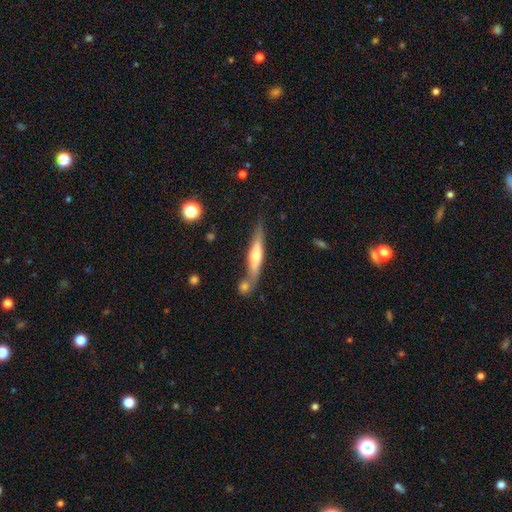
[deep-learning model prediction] A featured or disk galaxy (56%) viewed edge-on (92%) with a rounded central bulge (77%).

Vote fractions:
- Smooth or featured? featured or disk: 56% / smooth: 38% / star or artifact: 6%
- Edge-on disk? yes: 92% / no: 8%
- Edge-on bulge? rounded: 77% / none: 13% / boxy: 11%
- Merging? none: 67% / merger: 16% / minor disturbance: 14% / major disturbance: 4%